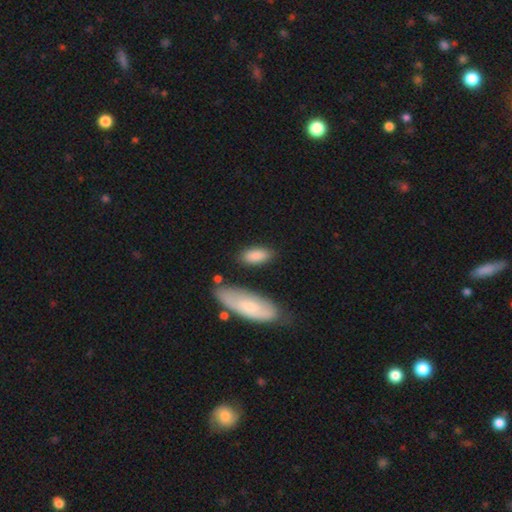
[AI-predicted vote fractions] A smooth galaxy with no disk features (86%) that is in between round and cigar-shaped (84%). Merging: none (77%).